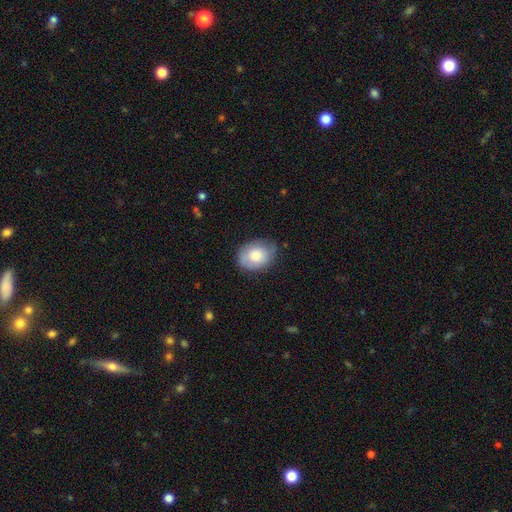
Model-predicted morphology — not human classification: Smooth or featured?
  - smooth: 78% *
  - featured or disk: 16%
  - star or artifact: 7%
How rounded?
  - in between: 60% *
  - round: 39%
  - cigar-shaped: 1%
Merging?
  - none: 74% *
  - minor disturbance: 20%
  - major disturbance: 4%
  - merger: 1%